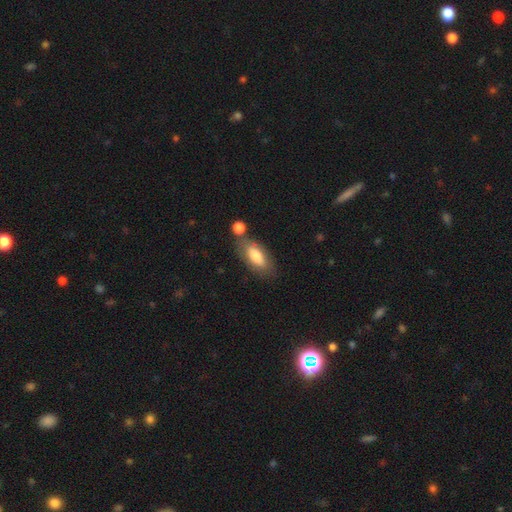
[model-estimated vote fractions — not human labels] This appears to be a smooth galaxy with no disk features (75%) that is in between round and cigar-shaped (84%). Merging: none (63%).